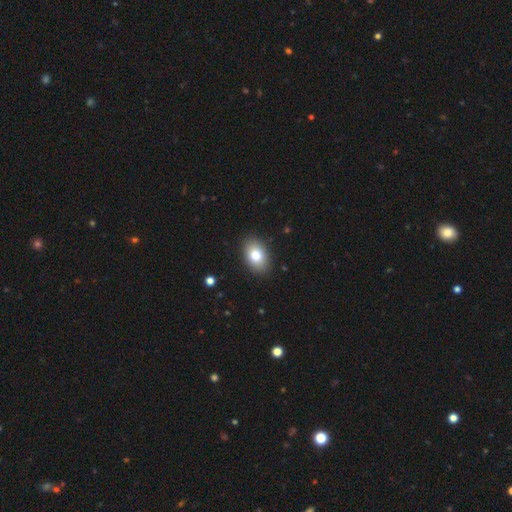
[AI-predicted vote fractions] Smooth or featured? smooth (80%)
How rounded? in between (84%)
Merging? none (89%)